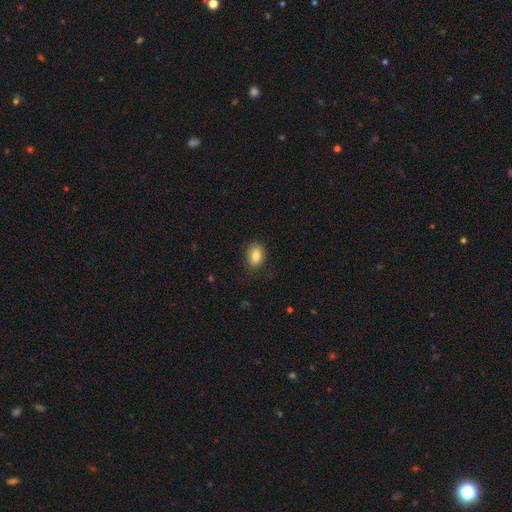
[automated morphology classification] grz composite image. It shows a smooth galaxy with no disk features (83%) that is in between round and cigar-shaped (73%). Merging: none (81%).